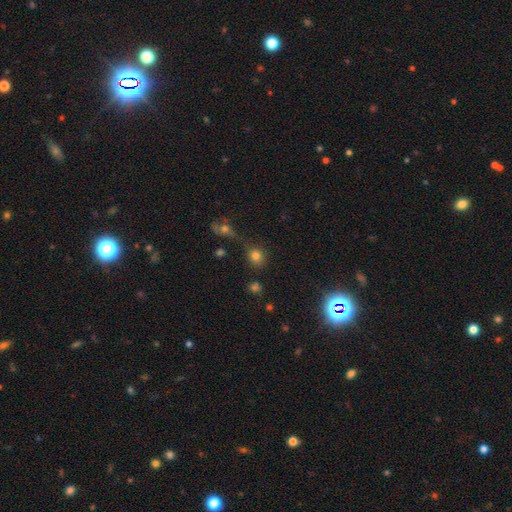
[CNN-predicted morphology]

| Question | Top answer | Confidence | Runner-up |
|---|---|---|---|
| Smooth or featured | smooth | 78% | star or artifact (15%) |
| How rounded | round | 78% | in between (21%) |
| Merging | none | 66% | merger (16%) |